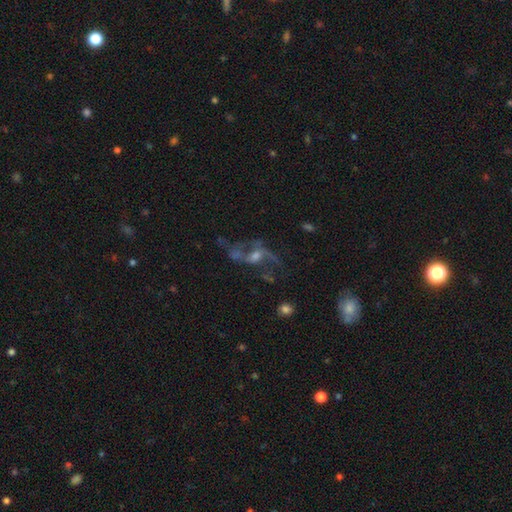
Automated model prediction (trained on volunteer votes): This is likely a featured or disk galaxy (71%). It is clearly not viewed edge-on (93%). Bar: possibly no (51%). Spiral arm pattern: likely yes (75%). Spiral arm count: likely 2 (68%). Spiral winding: likely loose (74%). Central bulge: possibly moderate (46%). Merging: marginally none (44%).